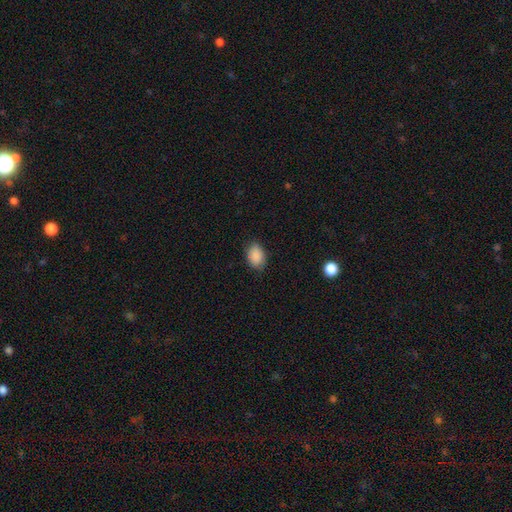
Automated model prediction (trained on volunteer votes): A smooth galaxy with no disk features (89%) that is in between round and cigar-shaped (83%). Merging: none (82%).